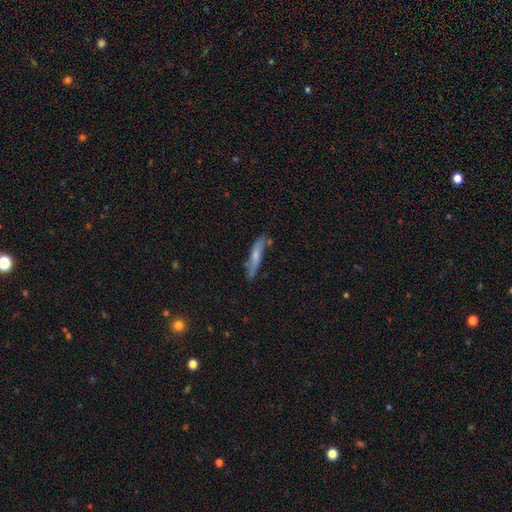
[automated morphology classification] A smooth galaxy with no disk features (63%) that is cigar-shaped (89%).

Vote fractions:
- Smooth or featured? smooth: 63% / featured or disk: 31% / star or artifact: 6%
- How rounded? cigar-shaped: 89% / in between: 10% / round: 2%
- Merging? none: 72% / minor disturbance: 19% / merger: 5% / major disturbance: 4%